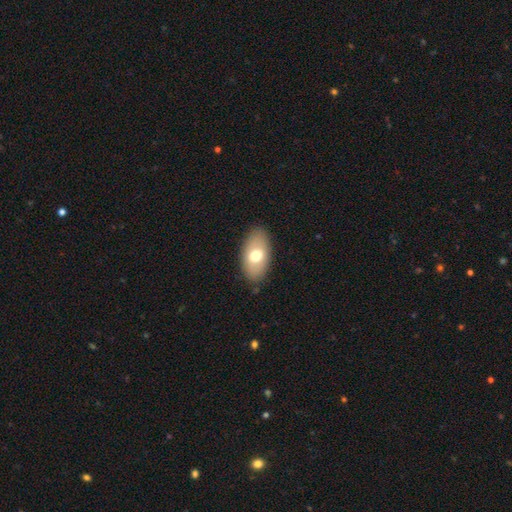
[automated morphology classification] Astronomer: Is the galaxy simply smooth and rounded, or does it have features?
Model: smooth — 68%.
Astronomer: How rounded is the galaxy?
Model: in between — 93%.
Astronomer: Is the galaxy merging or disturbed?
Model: none — 85%.